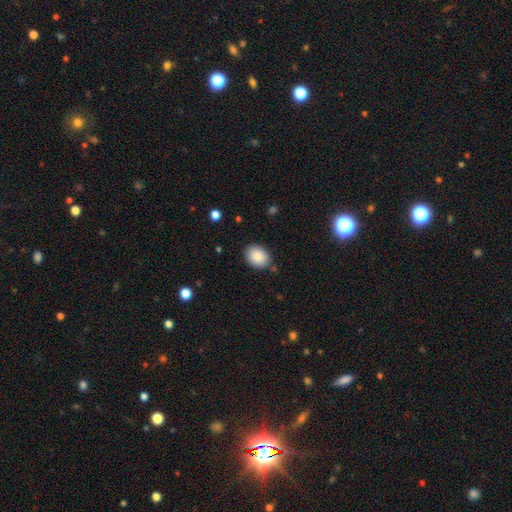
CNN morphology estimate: smooth-or-featured: smooth: 86% | star or artifact: 8% | featured or disk: 6%
  how-rounded: in between: 57% | round: 42% | cigar-shaped: 1%
  merging: none: 83% | minor disturbance: 12% | major disturbance: 3% | merger: 2%